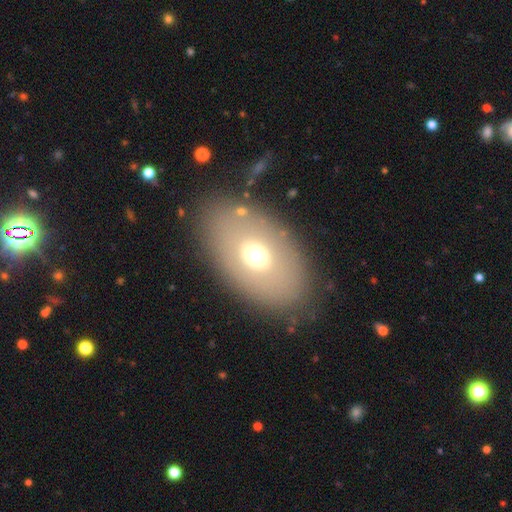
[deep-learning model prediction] This appears to be a smooth galaxy with no disk features (62%) that is in between round and cigar-shaped (84%). Merging: none (83%).